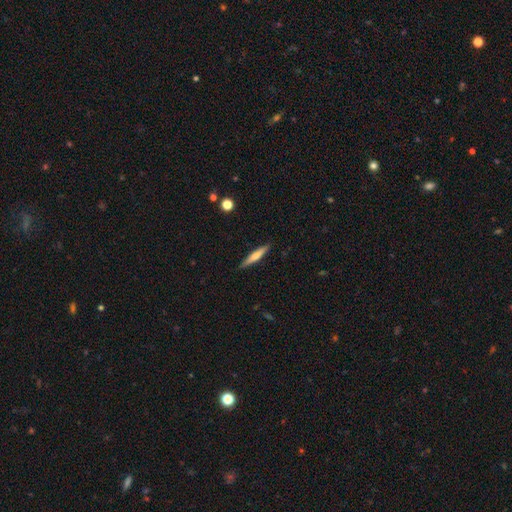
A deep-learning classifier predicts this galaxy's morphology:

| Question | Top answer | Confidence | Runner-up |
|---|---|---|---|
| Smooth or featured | smooth | 52% | featured or disk (42%) |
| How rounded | cigar-shaped | 91% | in between (8%) |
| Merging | none | 89% | minor disturbance (8%) |